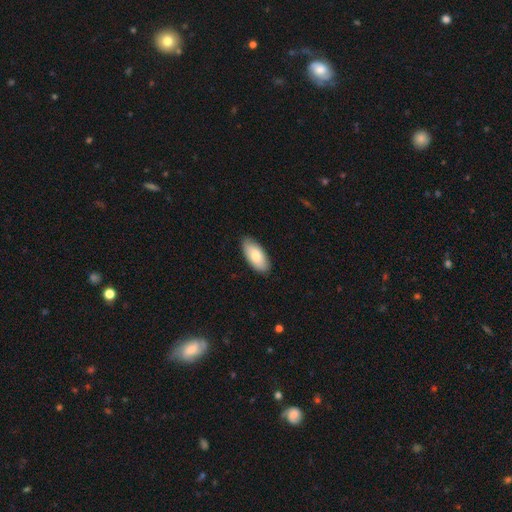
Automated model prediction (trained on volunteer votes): This appears to be a smooth galaxy with no disk features (77%) that is in between round and cigar-shaped (93%). Merging: none (85%).